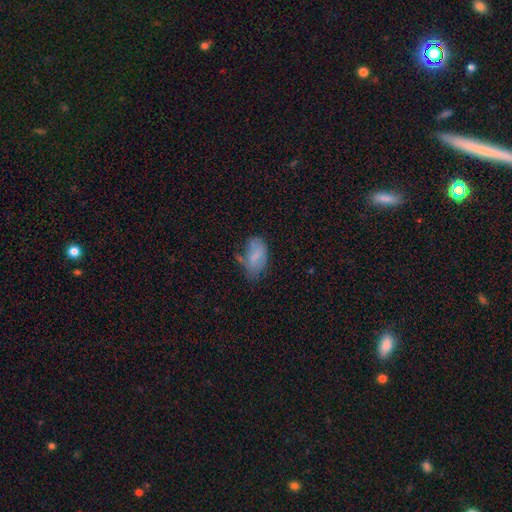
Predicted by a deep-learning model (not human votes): smooth-or-featured: smooth: 73% | featured or disk: 18% | star or artifact: 8%
  how-rounded: in between: 92% | round: 5% | cigar-shaped: 3%
  merging: none: 38% | minor disturbance: 37% | major disturbance: 19% | merger: 5%